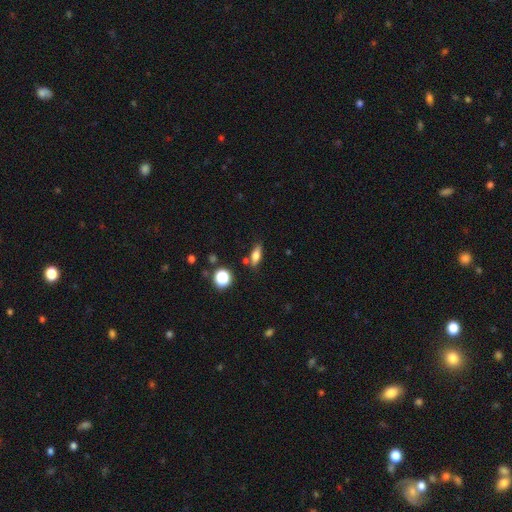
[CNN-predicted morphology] Smooth or featured? Predicted: smooth (p=0.67). How rounded? Predicted: in between (p=0.63). Merging? Predicted: none (p=0.77).